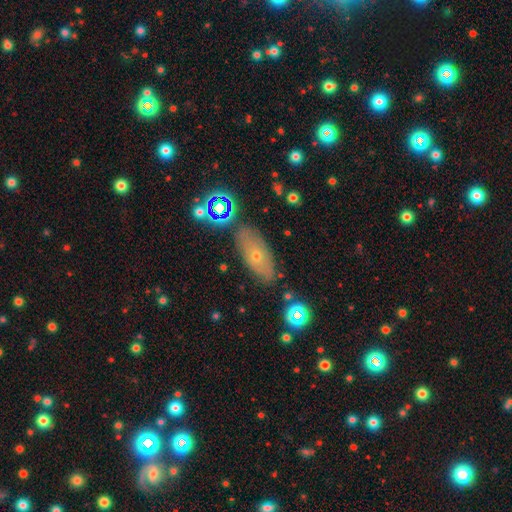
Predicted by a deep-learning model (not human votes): Q: Smooth or featured?
A: smooth (49%); runner-up: featured or disk (38%)
Q: Merging?
A: none (77%); runner-up: minor disturbance (15%)